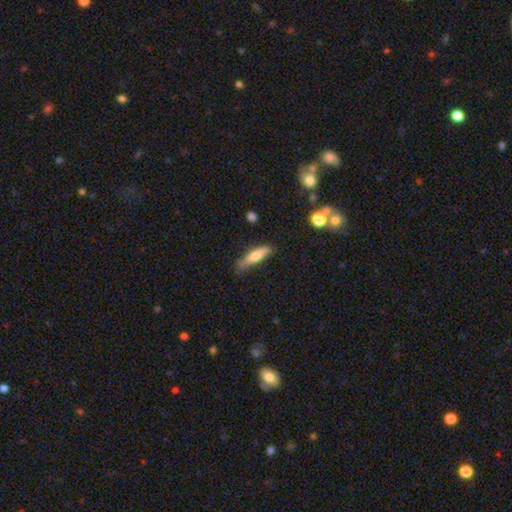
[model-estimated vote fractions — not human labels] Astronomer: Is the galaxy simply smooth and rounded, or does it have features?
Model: smooth — 61%.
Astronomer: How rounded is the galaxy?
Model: cigar-shaped — 75%.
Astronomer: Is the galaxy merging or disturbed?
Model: none — 73%.